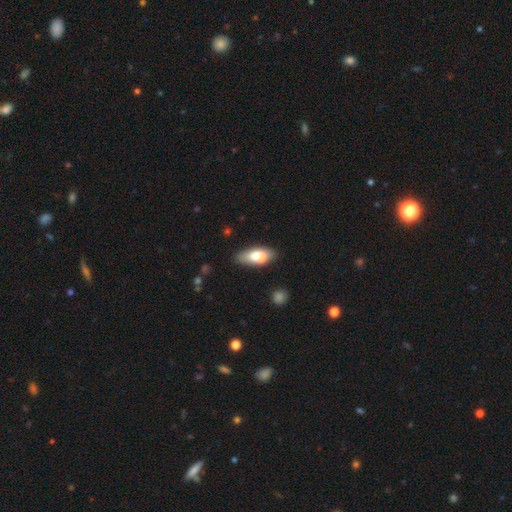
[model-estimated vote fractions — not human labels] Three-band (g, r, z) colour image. It shows a smooth galaxy with no disk features (69%) that is in between round and cigar-shaped (78%). Merging: none (59%).